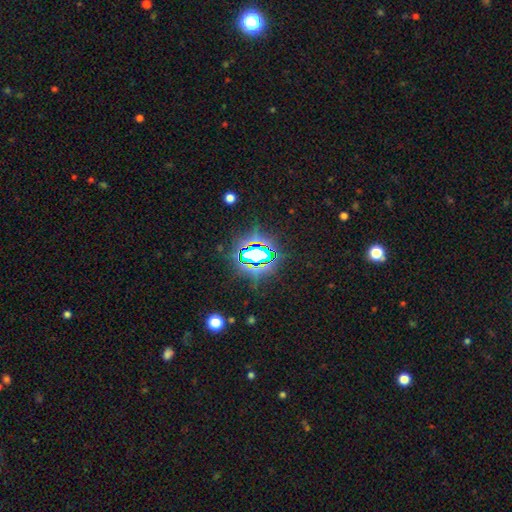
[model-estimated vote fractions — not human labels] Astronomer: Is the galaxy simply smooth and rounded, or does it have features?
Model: star or artifact — 72%.